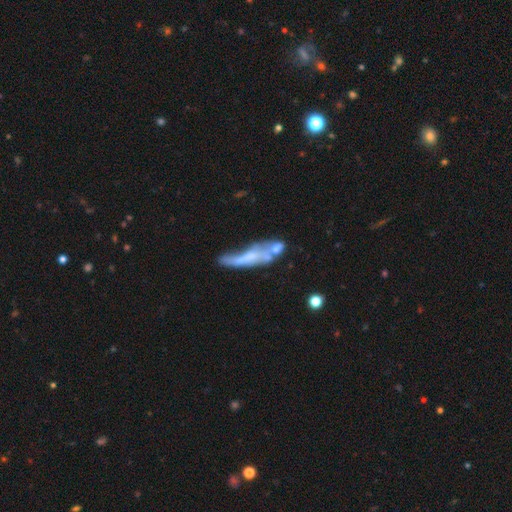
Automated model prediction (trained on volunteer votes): smooth_or_featured: featured or disk (p=0.54) [alt: smooth p=0.35]
disk_edge_on: yes (p=0.51) [alt: no p=0.49]
merging: none (p=0.36) [alt: merger p=0.27]